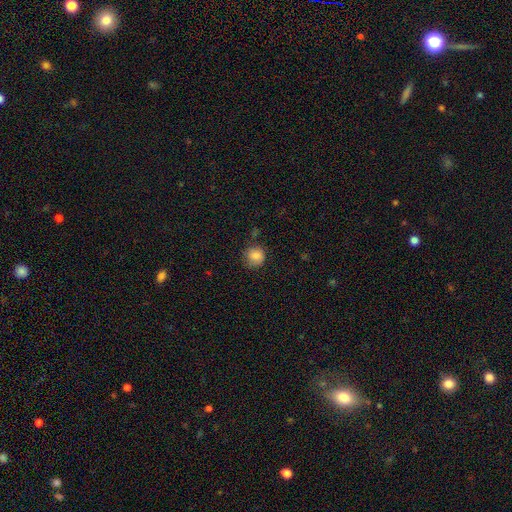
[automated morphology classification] Smooth or featured? Predicted: smooth (p=0.83). How rounded? Predicted: round (p=0.88). Merging? Predicted: none (p=0.76).